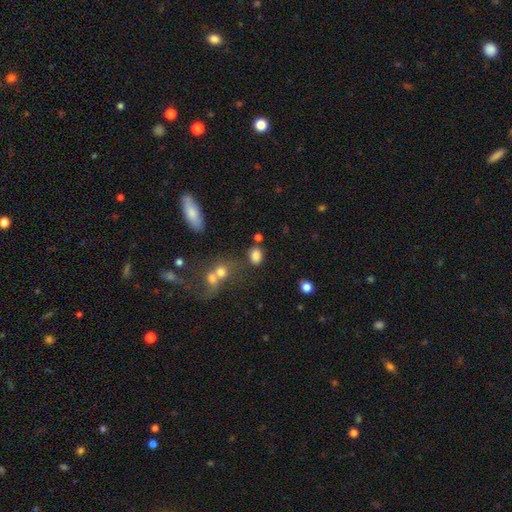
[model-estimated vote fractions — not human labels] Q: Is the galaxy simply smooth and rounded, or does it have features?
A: smooth — 82%.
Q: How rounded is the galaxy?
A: in between — 68%.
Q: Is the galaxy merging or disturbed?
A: none — 62%.